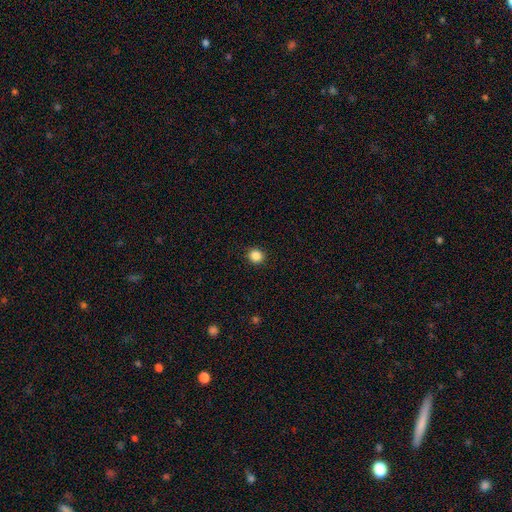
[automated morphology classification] Smooth or featured? Predicted: smooth (p=0.86). How rounded? Predicted: round (p=0.89). Merging? Predicted: none (p=0.92).